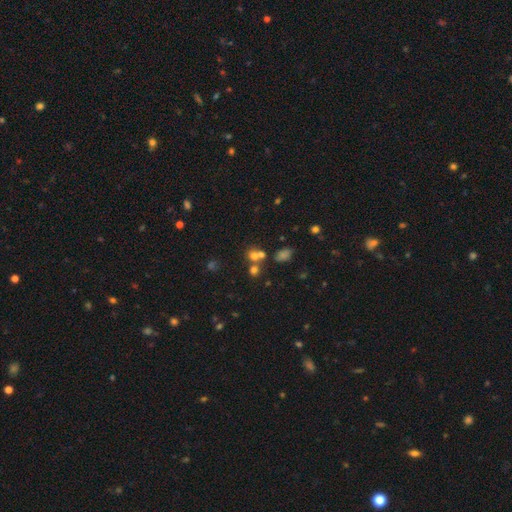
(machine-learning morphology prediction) Smooth or featured?
  - smooth: 62% *
  - star or artifact: 24%
  - featured or disk: 14%
How rounded?
  - round: 74% *
  - in between: 25%
  - cigar-shaped: 1%
Merging?
  - none: 46% *
  - merger: 41%
  - minor disturbance: 8%
  - major disturbance: 5%